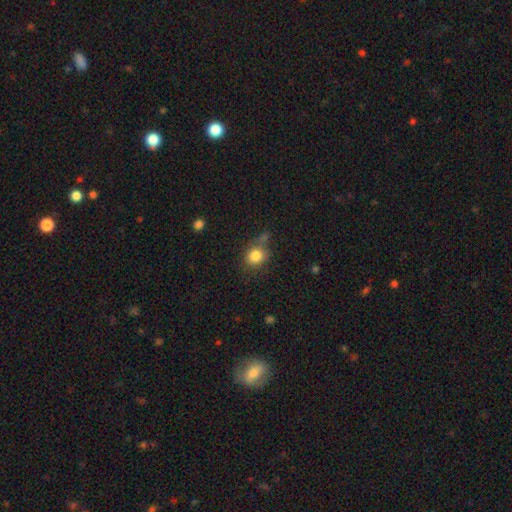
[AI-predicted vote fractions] Smooth or featured?
  - smooth: 83% *
  - star or artifact: 10%
  - featured or disk: 7%
How rounded?
  - round: 69% *
  - in between: 30%
  - cigar-shaped: 1%
Merging?
  - none: 60% *
  - minor disturbance: 20%
  - merger: 13%
  - major disturbance: 8%